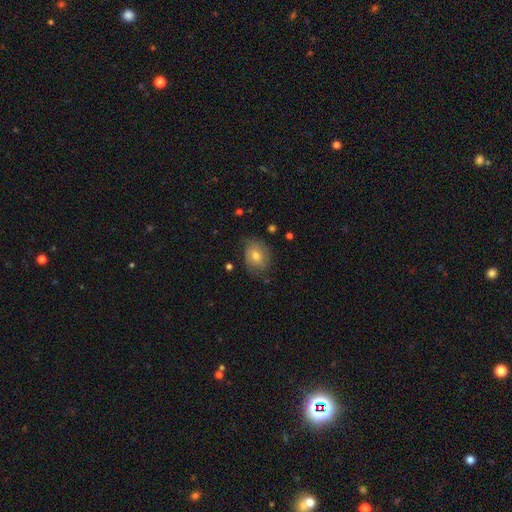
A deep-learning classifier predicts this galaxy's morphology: A smooth galaxy with no disk features (53%) that is in between round and cigar-shaped (56%). Merging: none (69%).